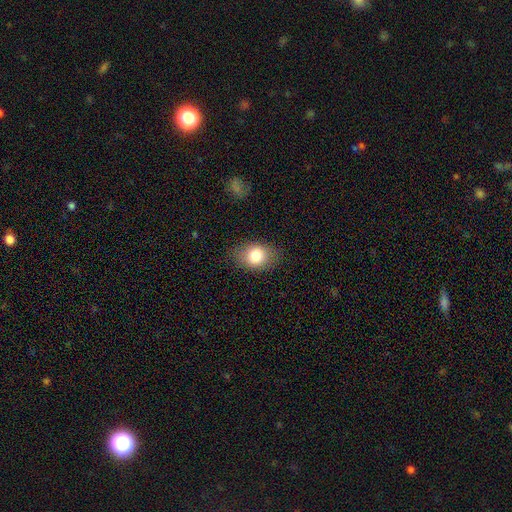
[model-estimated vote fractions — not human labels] smooth_or_featured: smooth (p=0.81) [alt: featured or disk p=0.11]
how_rounded: in between (p=0.75) [alt: round p=0.24]
merging: none (p=0.82) [alt: minor disturbance p=0.13]